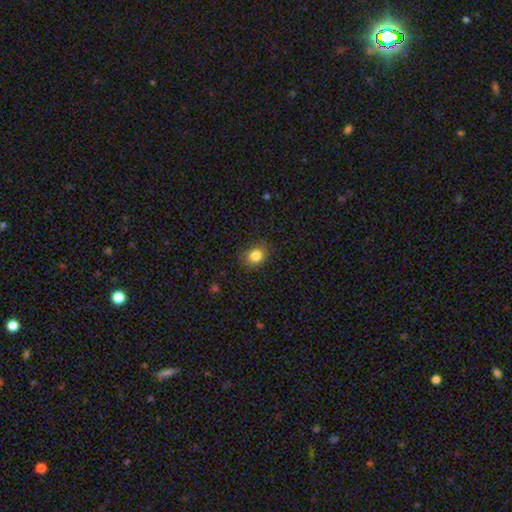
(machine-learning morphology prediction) Smooth or featured: smooth — 82% (star or artifact — 11%)
How rounded: round — 60% (in between — 39%)
Merging: none — 78% (minor disturbance — 17%)